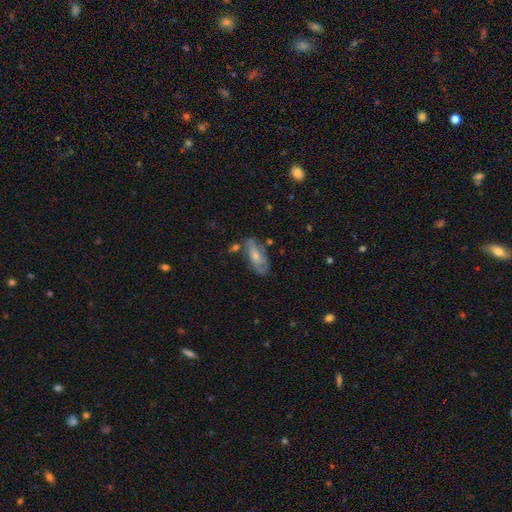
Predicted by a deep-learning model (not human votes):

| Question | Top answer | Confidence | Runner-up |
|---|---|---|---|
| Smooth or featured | smooth | 48% | featured or disk (45%) |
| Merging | none | 56% | minor disturbance (25%) |